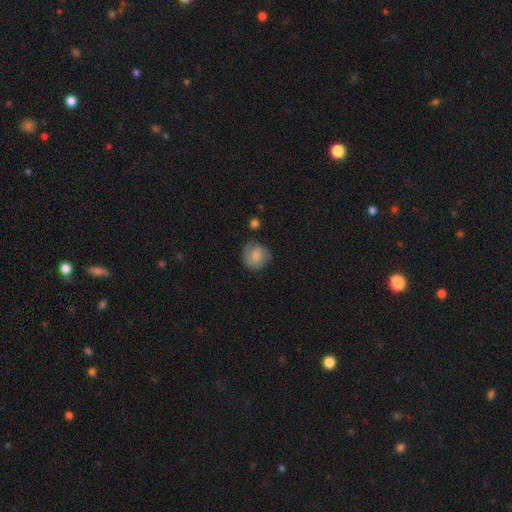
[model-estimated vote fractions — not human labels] Smooth or featured? smooth (65%)
How rounded? round (83%)
Merging? none (65%)